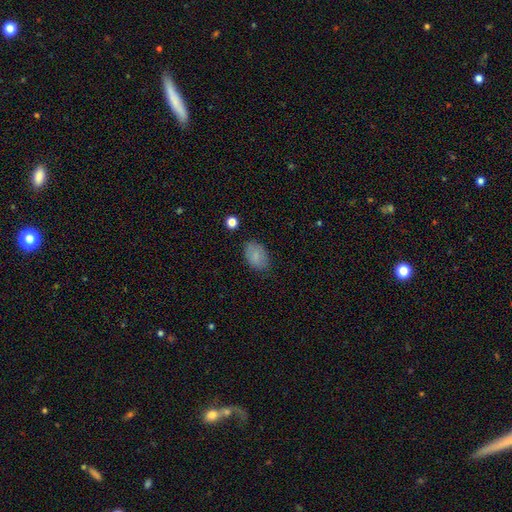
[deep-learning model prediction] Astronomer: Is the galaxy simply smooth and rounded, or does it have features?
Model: smooth — 83%.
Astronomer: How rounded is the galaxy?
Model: in between — 86%.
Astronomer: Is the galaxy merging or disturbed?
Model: none — 79%.